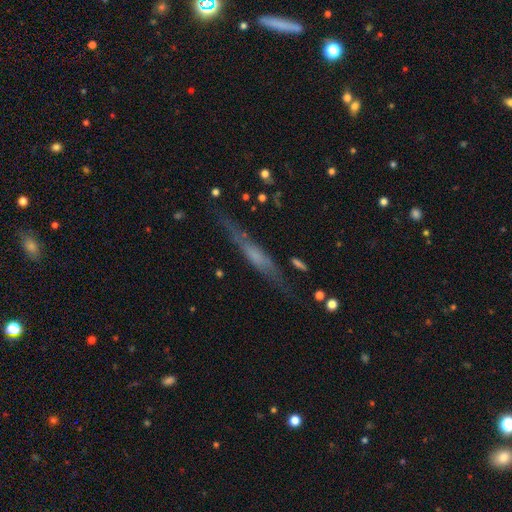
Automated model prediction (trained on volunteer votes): Q: Smooth or featured?
A: featured or disk (57%); runner-up: smooth (33%)
Q: Edge-on disk?
A: yes (88%); runner-up: no (12%)
Q: Edge-on bulge?
A: none (46%); runner-up: rounded (32%)
Q: Merging?
A: none (74%); runner-up: minor disturbance (17%)